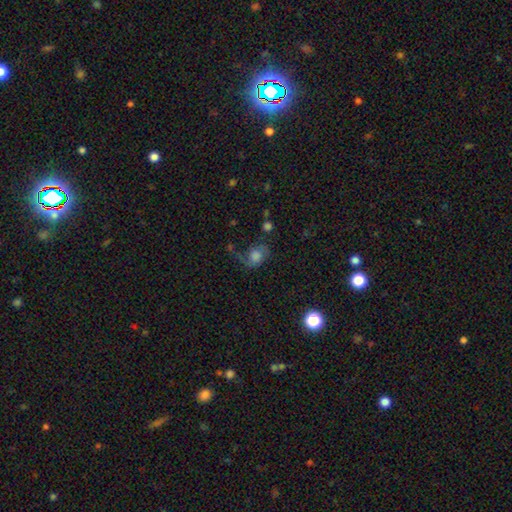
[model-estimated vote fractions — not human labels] smooth-or-featured: featured or disk: 46% | smooth: 40% | star or artifact: 14%
  merging: none: 43% | major disturbance: 31% | minor disturbance: 21% | merger: 5%